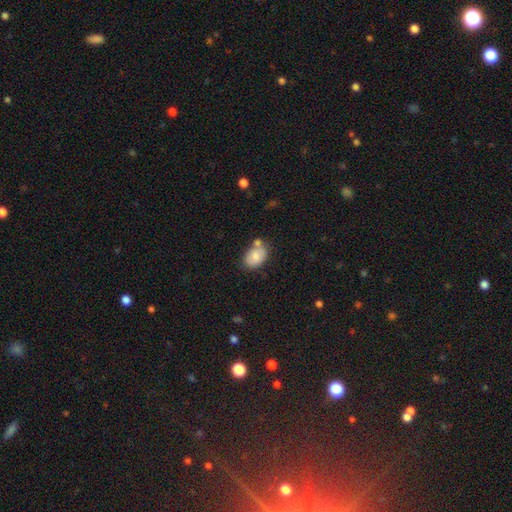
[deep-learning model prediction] A smooth galaxy with no disk features (80%) that is in between round and cigar-shaped (85%).

Vote fractions:
- Smooth or featured? smooth: 80% / featured or disk: 13% / star or artifact: 7%
- How rounded? in between: 85% / round: 14% / cigar-shaped: 1%
- Merging? none: 55% / merger: 21% / minor disturbance: 19% / major disturbance: 5%